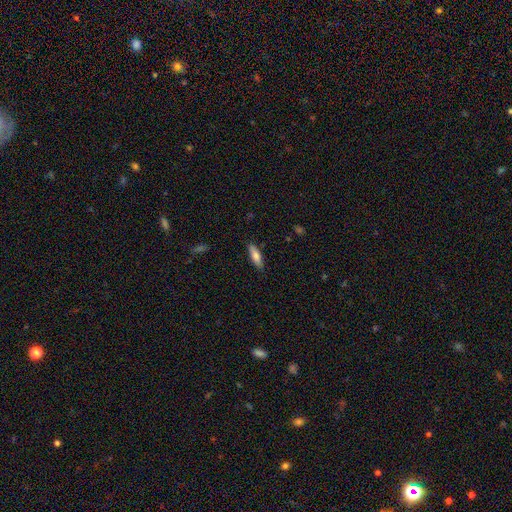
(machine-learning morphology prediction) smooth 75%, featured or disk 19%, star or artifact 6%. Down the decision tree: how rounded — cigar-shaped (51%); merging — none (86%).